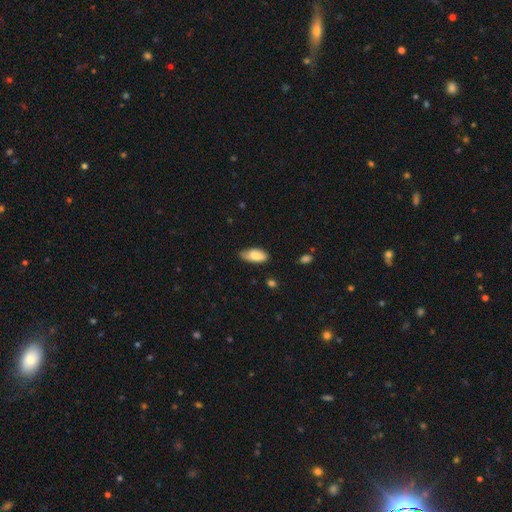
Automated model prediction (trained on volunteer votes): A smooth galaxy with no disk features (80%) that is in between round and cigar-shaped (89%).

Vote fractions:
- Smooth or featured? smooth: 80% / featured or disk: 14% / star or artifact: 6%
- How rounded? in between: 89% / cigar-shaped: 9% / round: 2%
- Merging? none: 63% / minor disturbance: 30% / major disturbance: 5% / merger: 2%